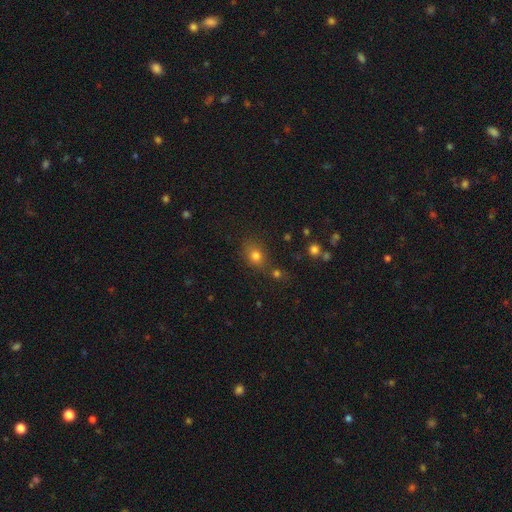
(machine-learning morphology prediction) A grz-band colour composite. It shows a smooth galaxy with no disk features (75%) that is round (55%). Merging: none (64%).